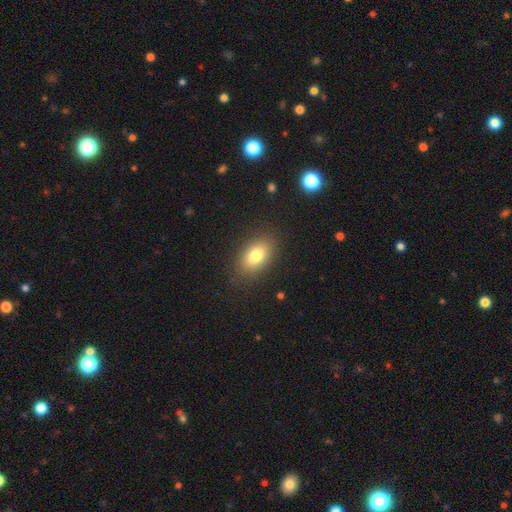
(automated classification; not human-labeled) Overall: smooth (77%). How rounded: in between (86%). Merging: none (86%).